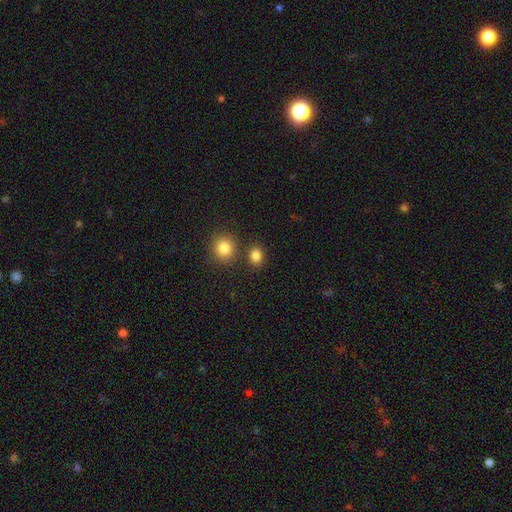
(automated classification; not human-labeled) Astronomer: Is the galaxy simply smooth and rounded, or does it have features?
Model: smooth — 84%.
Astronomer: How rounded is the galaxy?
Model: round — 50% (runner-up: in between, 49%).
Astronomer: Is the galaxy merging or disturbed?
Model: none — 77%.